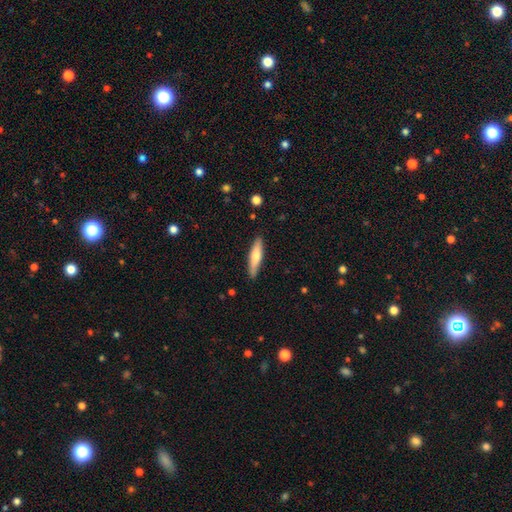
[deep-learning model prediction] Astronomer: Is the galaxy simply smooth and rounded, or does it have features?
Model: smooth — 63%.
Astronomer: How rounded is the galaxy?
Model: cigar-shaped — 78%.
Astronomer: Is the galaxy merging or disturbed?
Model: none — 88%.